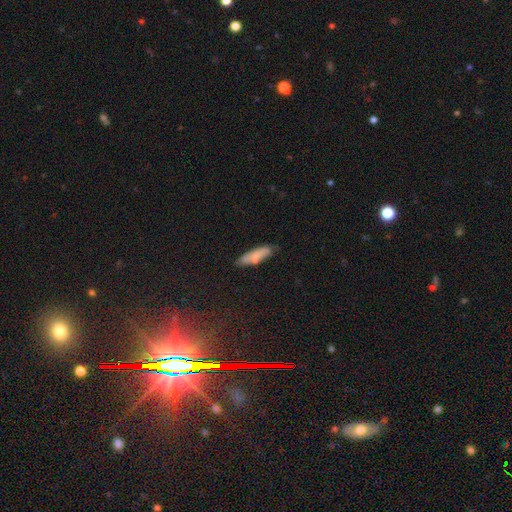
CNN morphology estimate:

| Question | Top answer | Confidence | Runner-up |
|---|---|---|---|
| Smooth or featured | smooth | 75% | featured or disk (17%) |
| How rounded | cigar-shaped | 60% | in between (38%) |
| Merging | none | 71% | minor disturbance (21%) |